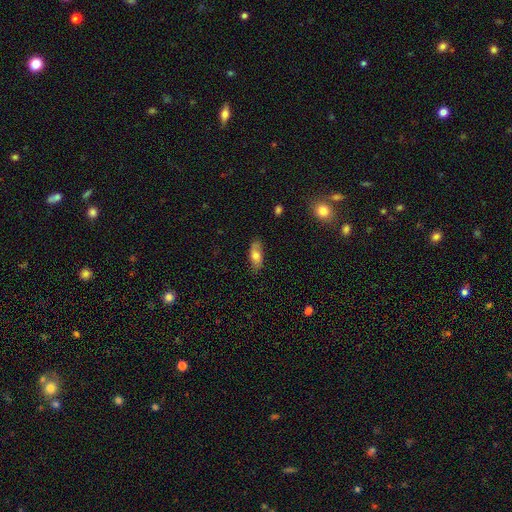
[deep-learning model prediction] A smooth galaxy with no disk features (67%) that is in between round and cigar-shaped (81%). Merging: none (77%).